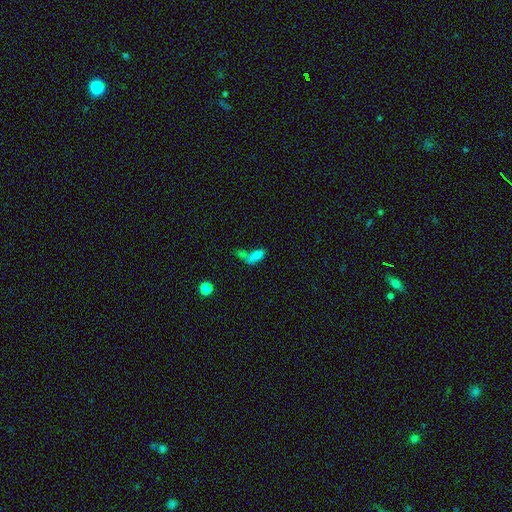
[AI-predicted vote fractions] Morphology: type=smooth (76%); roundness=in between (82%); merging=merger (46%).